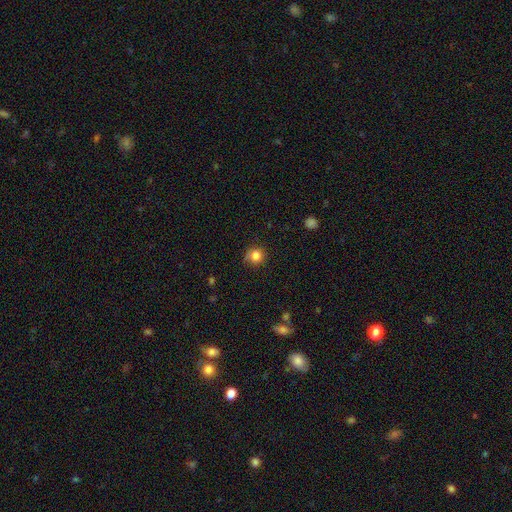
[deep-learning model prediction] Morphology: type=smooth (81%); roundness=round (86%); merging=none (72%).